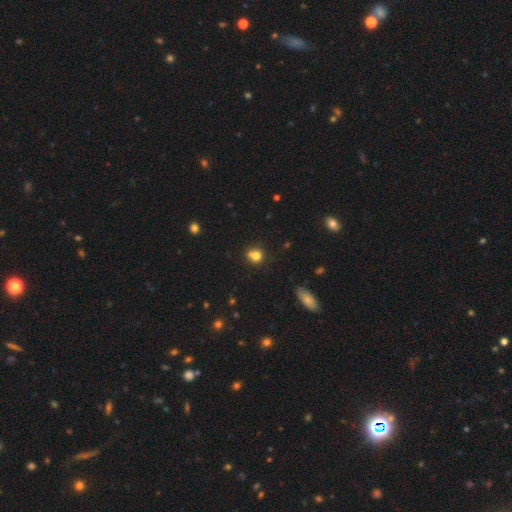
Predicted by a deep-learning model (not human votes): Overall: smooth (76%). How rounded: round (78%). Merging: none (54%; merger 27%).